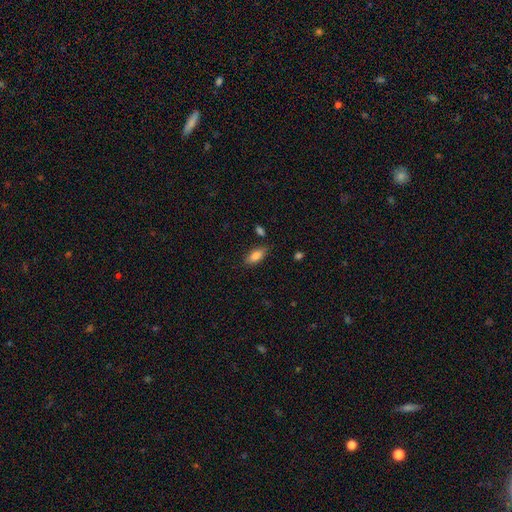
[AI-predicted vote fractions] smooth_or_featured: smooth (p=0.83) [alt: featured or disk p=0.10]
how_rounded: in between (p=0.84) [alt: cigar-shaped p=0.14]
merging: none (p=0.81) [alt: minor disturbance p=0.13]